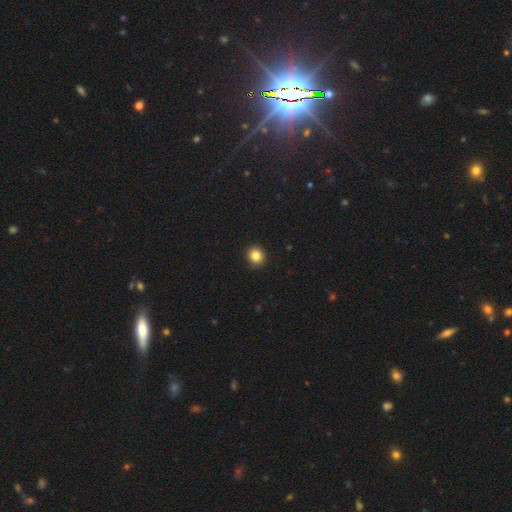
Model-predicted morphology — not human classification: smooth-or-featured: smooth: 85% | star or artifact: 10% | featured or disk: 5%
  how-rounded: round: 86% | in between: 13% | cigar-shaped: 1%
  merging: none: 92% | minor disturbance: 6% | major disturbance: 2% | merger: 1%